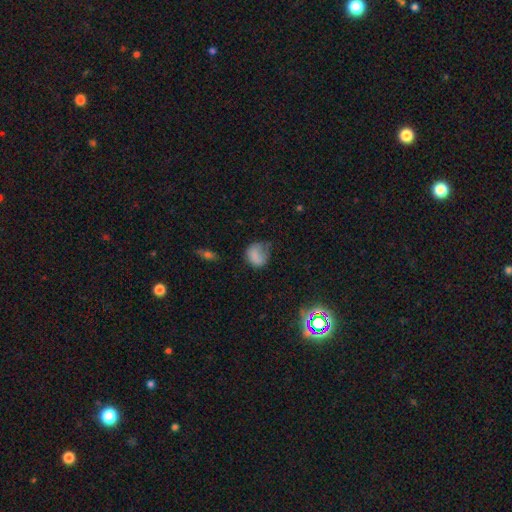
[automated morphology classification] Smooth or featured? Predicted: smooth (p=0.77). How rounded? Predicted: round (p=0.62). Merging? Predicted: none (p=0.40).